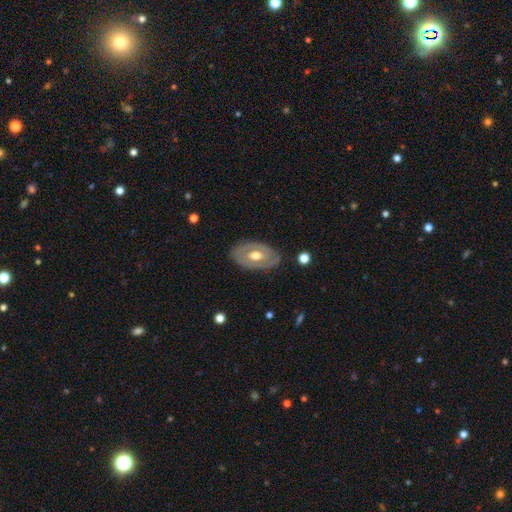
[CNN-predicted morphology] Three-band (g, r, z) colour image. It shows a featured or disk galaxy (67%) with no bar (64%), no spiral arms (61%) and a moderate central bulge (75%). Merging: none (77%).